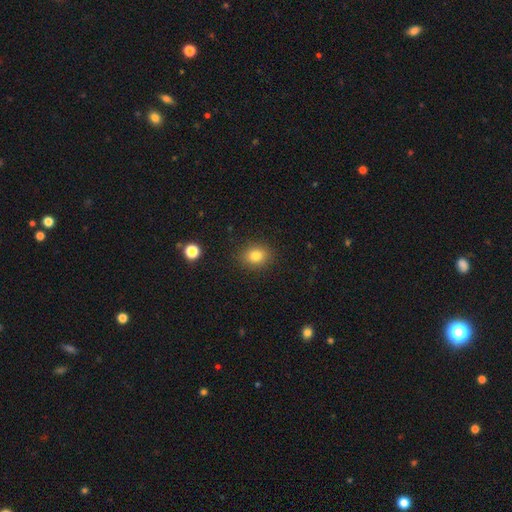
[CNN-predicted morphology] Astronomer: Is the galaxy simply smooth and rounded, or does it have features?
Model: smooth — 82%.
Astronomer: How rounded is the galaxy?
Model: round — 56% (runner-up: in between, 43%).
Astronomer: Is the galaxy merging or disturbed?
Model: none — 88%.